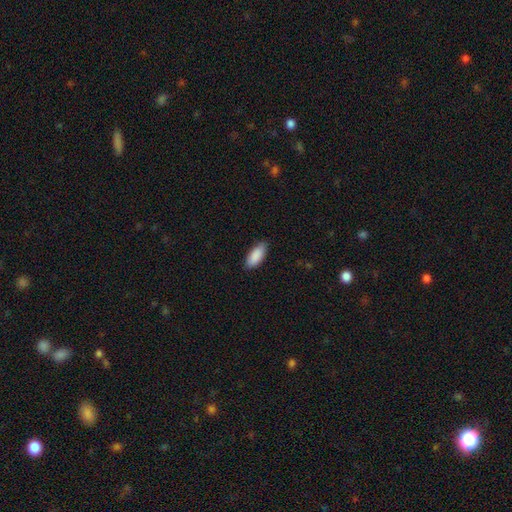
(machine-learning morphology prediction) Smooth or featured?
  - smooth: 89% *
  - star or artifact: 6%
  - featured or disk: 5%
How rounded?
  - in between: 86% *
  - cigar-shaped: 13%
  - round: 2%
Merging?
  - none: 82% *
  - minor disturbance: 15%
  - major disturbance: 2%
  - merger: 1%